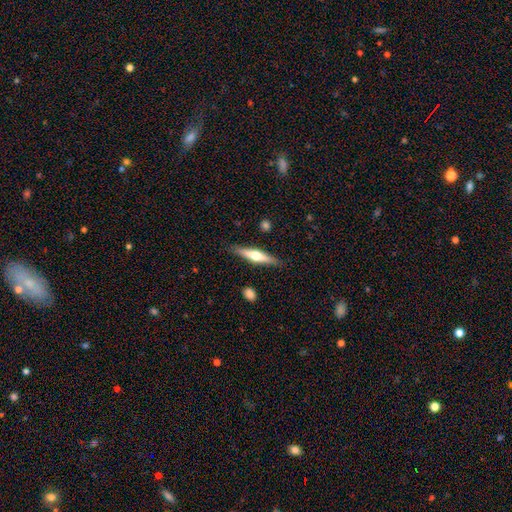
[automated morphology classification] Q: Smooth or featured?
A: featured or disk (60%); runner-up: smooth (34%)
Q: Edge-on disk?
A: yes (96%); runner-up: no (4%)
Q: Edge-on bulge?
A: rounded (93%); runner-up: boxy (4%)
Q: Merging?
A: none (87%); runner-up: minor disturbance (9%)